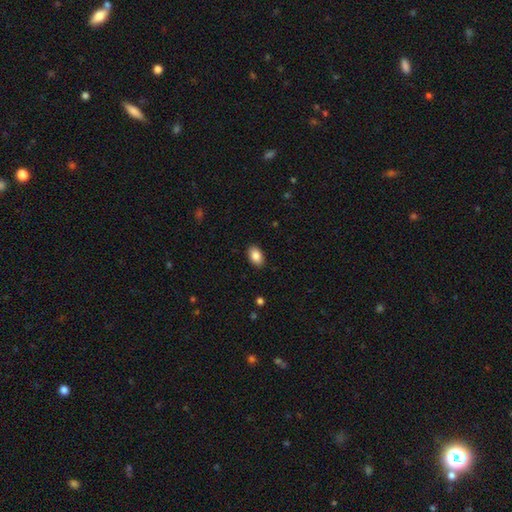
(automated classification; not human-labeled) This appears to be a smooth galaxy with no disk features (86%) that is in between round and cigar-shaped (89%). Merging: none (89%).